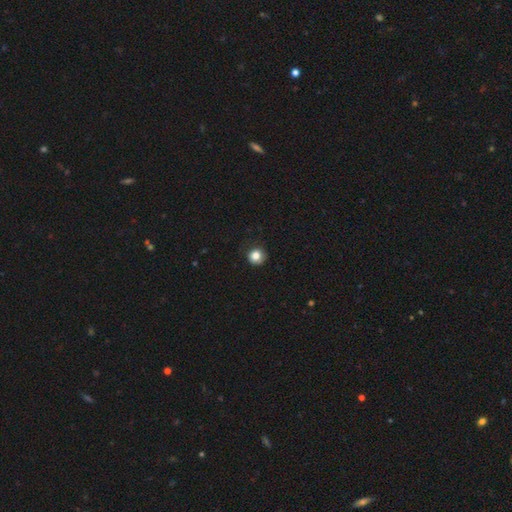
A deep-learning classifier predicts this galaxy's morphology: This appears to be a smooth galaxy with no disk features (83%) that is round (91%). Merging: none (81%).